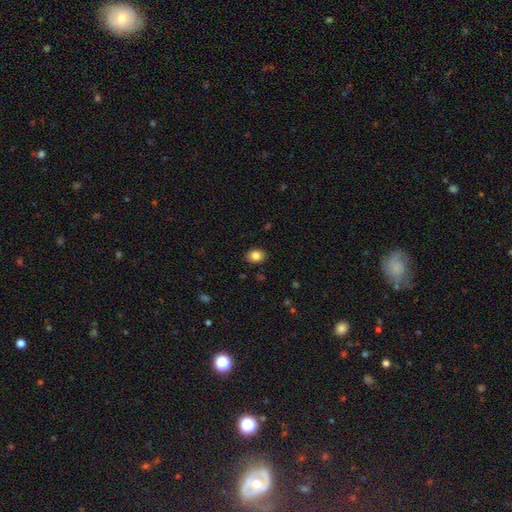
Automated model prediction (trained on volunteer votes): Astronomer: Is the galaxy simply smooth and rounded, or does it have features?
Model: smooth — 84%.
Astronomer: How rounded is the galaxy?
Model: in between — 65%.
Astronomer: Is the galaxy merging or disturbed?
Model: none — 88%.